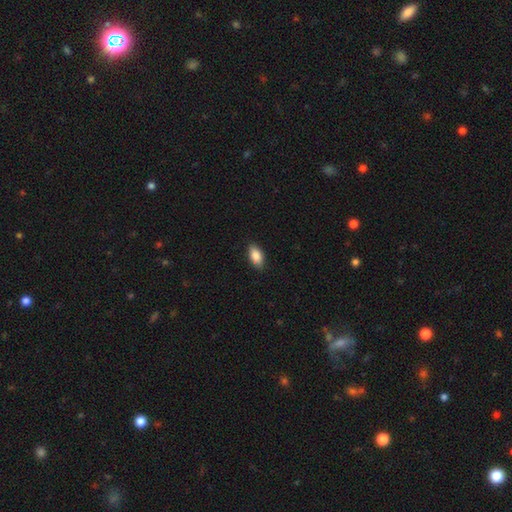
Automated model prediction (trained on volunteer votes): Smooth or featured? Predicted: smooth (p=0.85). How rounded? Predicted: in between (p=0.90). Merging? Predicted: none (p=0.87).